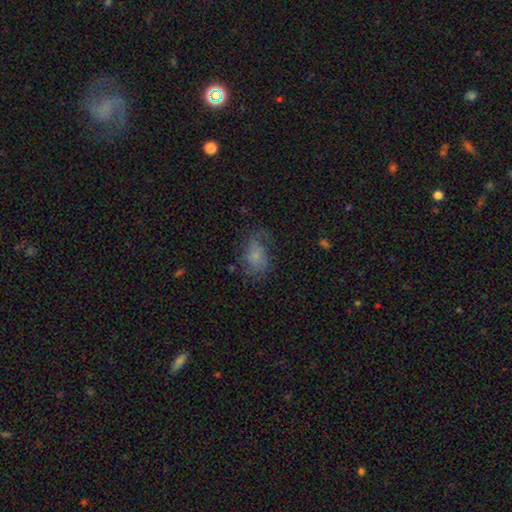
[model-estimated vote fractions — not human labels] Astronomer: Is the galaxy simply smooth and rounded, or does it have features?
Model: smooth — 60%.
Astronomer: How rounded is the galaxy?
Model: in between — 77%.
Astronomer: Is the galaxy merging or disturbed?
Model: none — 42% (runner-up: major disturbance, 28%).